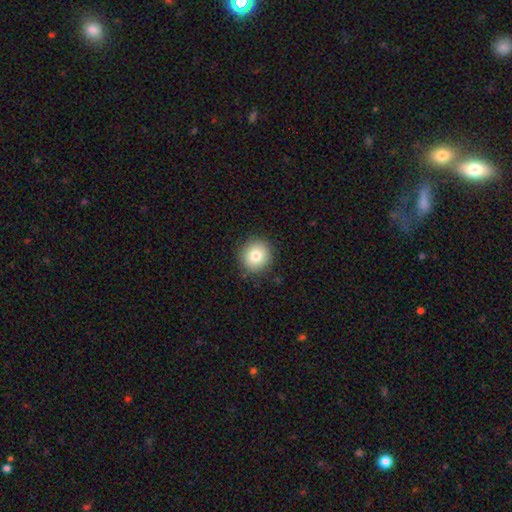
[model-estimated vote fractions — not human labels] Smooth or featured? smooth (80%)
How rounded? round (91%)
Merging? none (89%)